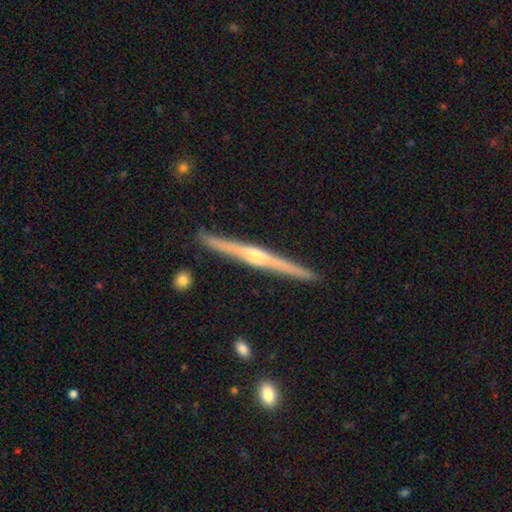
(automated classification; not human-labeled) Smooth or featured?
  - featured or disk: 83% *
  - smooth: 13%
  - star or artifact: 5%
Edge-on disk?
  - yes: 99% *
  - no: 1%
Edge-on bulge?
  - rounded: 86% *
  - none: 10%
  - boxy: 4%
Merging?
  - none: 92% *
  - minor disturbance: 6%
  - merger: 1%
  - major disturbance: 1%